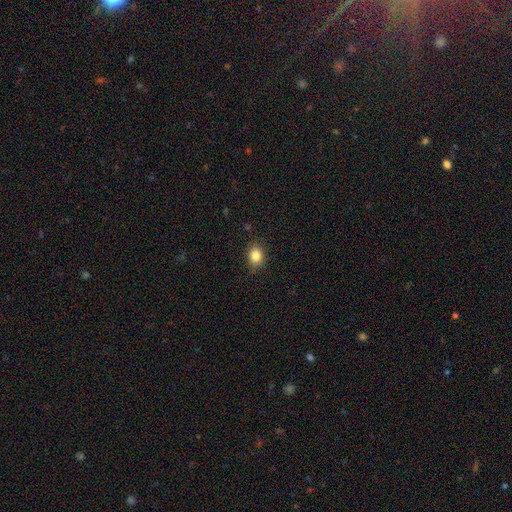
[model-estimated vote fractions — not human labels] Overall: smooth (84%). How rounded: round (51%; in between 48%). Merging: none (87%).